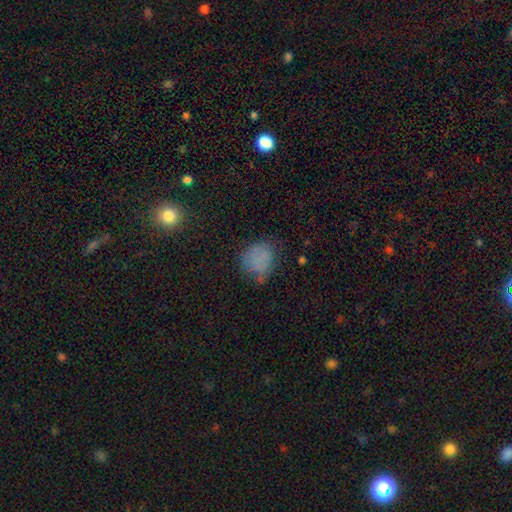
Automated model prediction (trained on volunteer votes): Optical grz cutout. It shows a smooth galaxy with no disk features (74%) that is round (69%). Merging: none (66%).